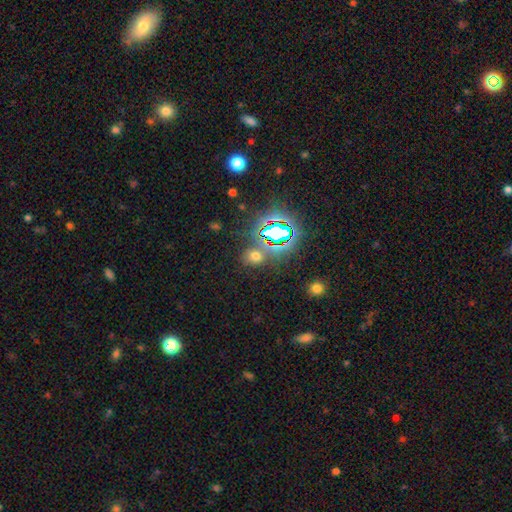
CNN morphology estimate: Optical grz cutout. It shows a smooth galaxy with no disk features (50%) that is round (57%). Merging: none (76%).